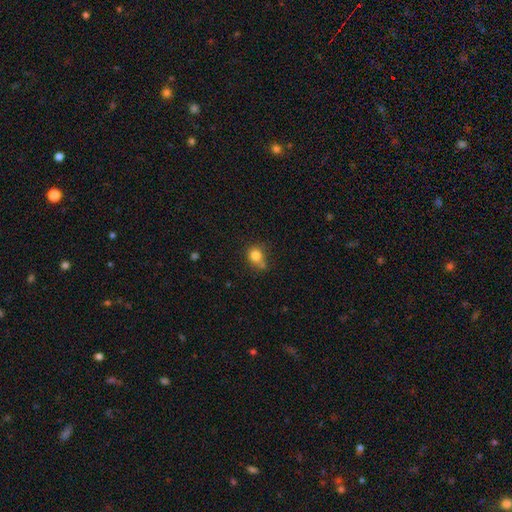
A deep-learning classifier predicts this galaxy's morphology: smooth 81%, star or artifact 11%, featured or disk 8%. Down the decision tree: how rounded — round (73%); merging — none (55%).